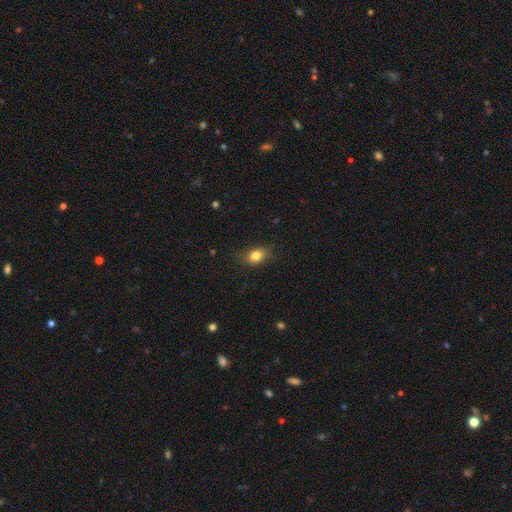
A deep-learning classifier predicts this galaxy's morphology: Smooth or featured?
  - smooth: 81% *
  - star or artifact: 10%
  - featured or disk: 9%
How rounded?
  - in between: 73% *
  - round: 25%
  - cigar-shaped: 2%
Merging?
  - none: 78% *
  - minor disturbance: 17%
  - major disturbance: 4%
  - merger: 1%